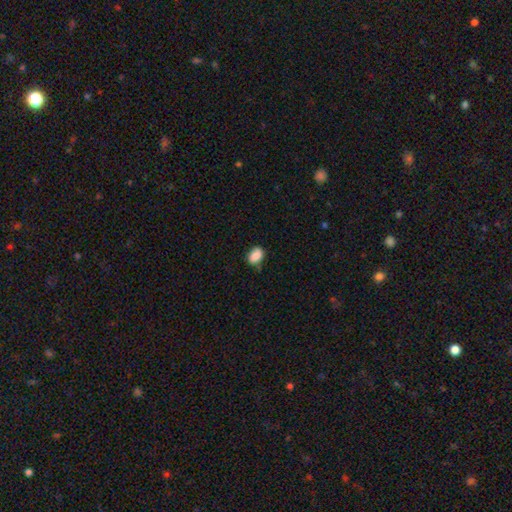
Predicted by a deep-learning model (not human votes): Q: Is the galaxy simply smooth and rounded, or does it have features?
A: smooth — 87%.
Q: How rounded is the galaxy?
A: in between — 82%.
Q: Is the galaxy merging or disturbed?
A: none — 70%.